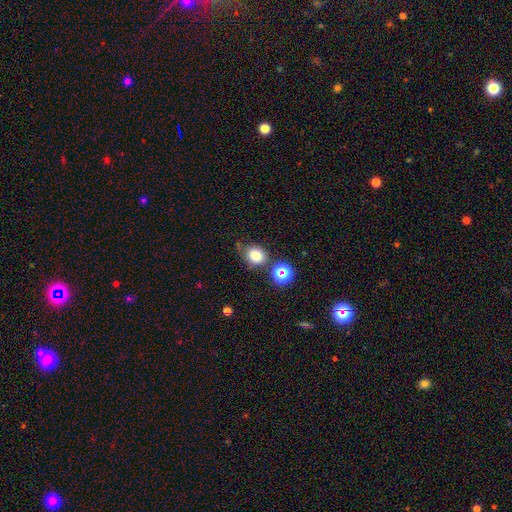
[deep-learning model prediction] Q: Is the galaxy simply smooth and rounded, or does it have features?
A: smooth — 79%.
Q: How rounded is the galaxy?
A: round — 71%.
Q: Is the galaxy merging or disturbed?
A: none — 66%.